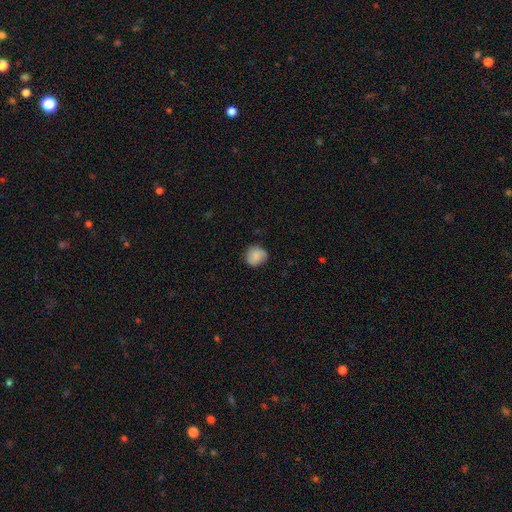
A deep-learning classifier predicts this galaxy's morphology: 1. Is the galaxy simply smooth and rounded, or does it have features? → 77% smooth, 15% featured or disk, 8% star or artifact.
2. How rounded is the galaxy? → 83% round, 16% in between, 1% cigar-shaped.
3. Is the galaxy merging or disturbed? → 77% none, 18% minor disturbance, 4% major disturbance, 1% merger.